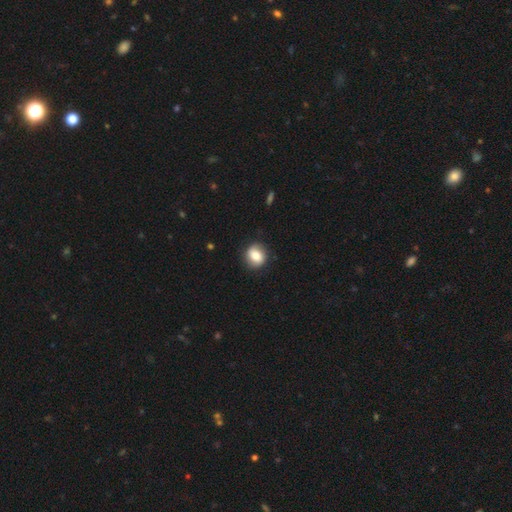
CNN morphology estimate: Q: Smooth or featured?
A: smooth (73%); runner-up: featured or disk (19%)
Q: How rounded?
A: round (71%); runner-up: in between (28%)
Q: Merging?
A: none (85%); runner-up: minor disturbance (11%)